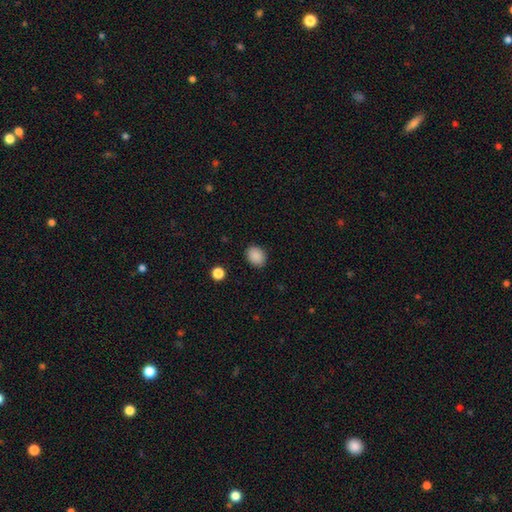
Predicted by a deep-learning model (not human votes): A smooth galaxy with no disk features (89%) that is in between round and cigar-shaped (52%). Merging: none (88%).